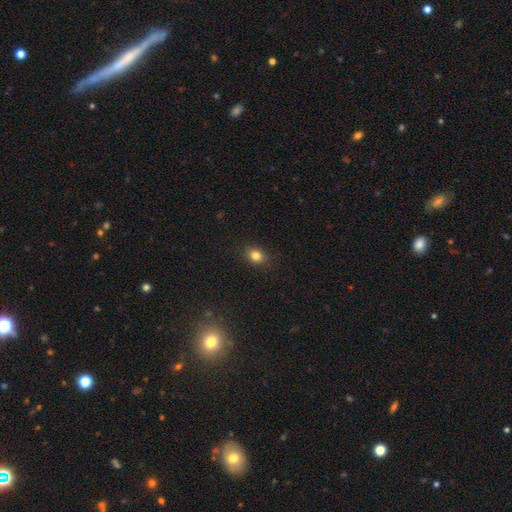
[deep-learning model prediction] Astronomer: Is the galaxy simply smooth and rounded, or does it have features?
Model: smooth — 82%.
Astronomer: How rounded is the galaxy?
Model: in between — 53% (runner-up: round, 45%).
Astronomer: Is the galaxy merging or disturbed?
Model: none — 88%.